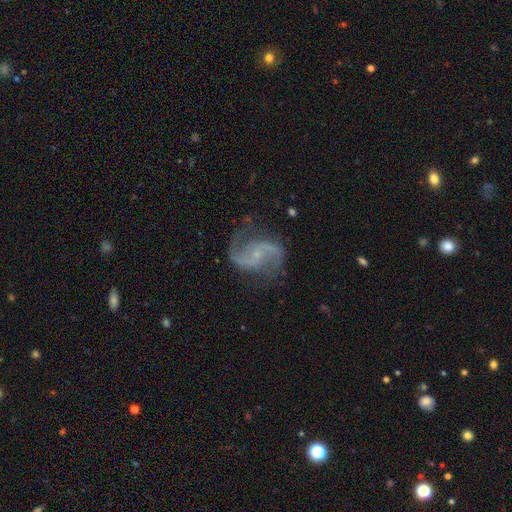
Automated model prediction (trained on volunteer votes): Overall: featured or disk (91%). Edge-on disk: no (98%). Bar: no (52%; weak 37%). Spiral arms: yes (98%). Spiral arm count: 2 (93%). Spiral winding: medium (49%; loose 40%). Bulge size: small (74%). Merging: none (76%).